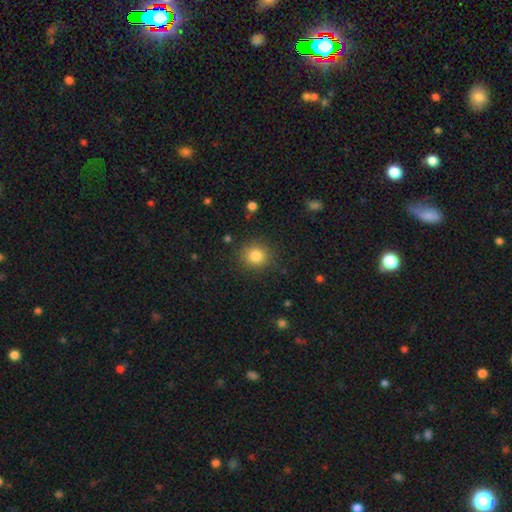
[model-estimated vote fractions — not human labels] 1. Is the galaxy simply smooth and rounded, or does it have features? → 83% smooth, 11% star or artifact, 6% featured or disk.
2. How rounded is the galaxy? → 87% round, 12% in between, 1% cigar-shaped.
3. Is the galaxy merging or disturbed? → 86% none, 9% minor disturbance, 3% major disturbance, 2% merger.